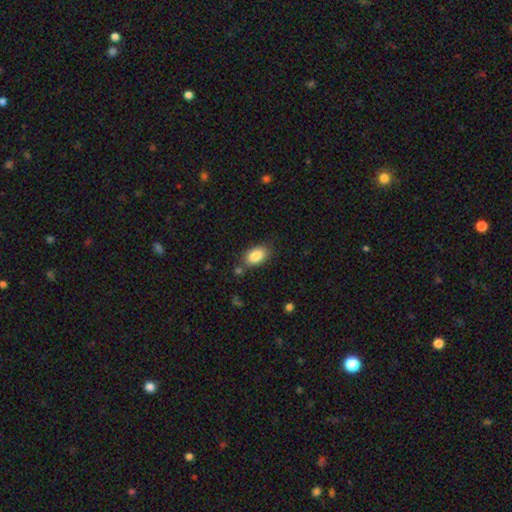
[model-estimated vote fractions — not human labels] smooth_or_featured: smooth (p=0.85) [alt: star or artifact p=0.08]
how_rounded: in between (p=0.89) [alt: round p=0.09]
merging: none (p=0.78) [alt: minor disturbance p=0.13]